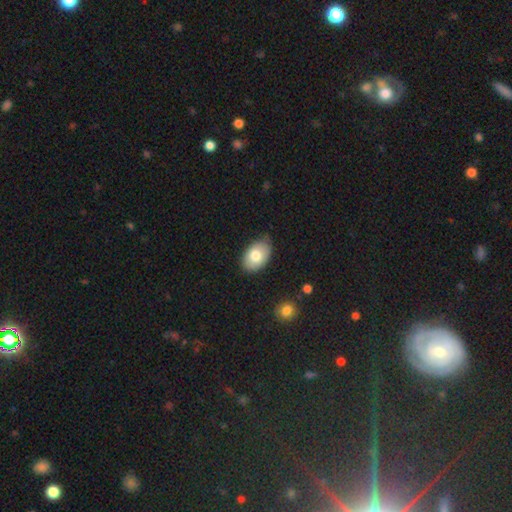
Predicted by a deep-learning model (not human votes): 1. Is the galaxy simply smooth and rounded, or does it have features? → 78% smooth, 16% featured or disk, 7% star or artifact.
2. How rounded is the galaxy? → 89% in between, 10% round, 1% cigar-shaped.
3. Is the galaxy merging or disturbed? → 76% none, 19% minor disturbance, 3% major disturbance, 2% merger.